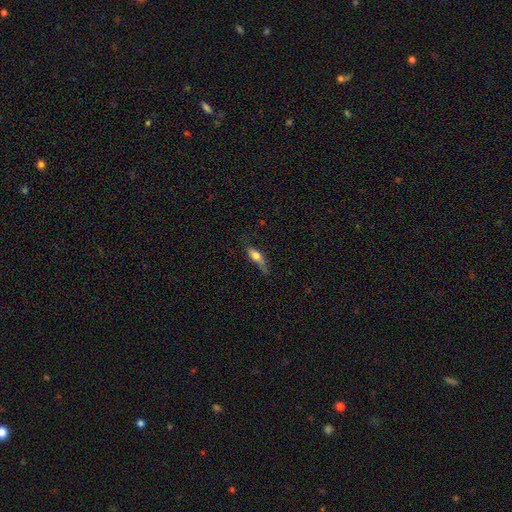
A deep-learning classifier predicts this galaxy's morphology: A smooth galaxy with no disk features (64%) that is in between round and cigar-shaped (53%). Merging: none (50%).